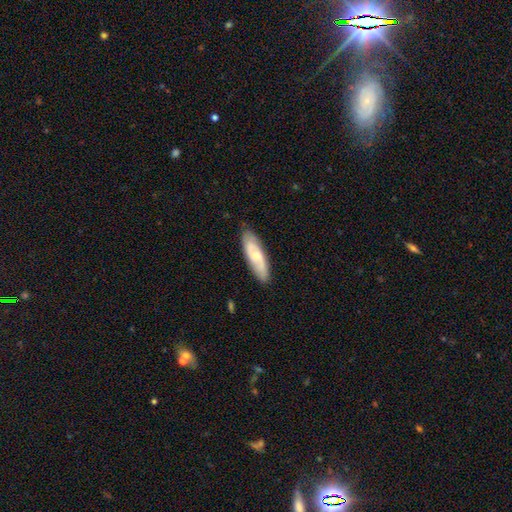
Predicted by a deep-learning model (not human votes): smooth-or-featured: featured or disk: 50% | smooth: 45% | star or artifact: 6%
  merging: none: 83% | minor disturbance: 13% | major disturbance: 2% | merger: 1%